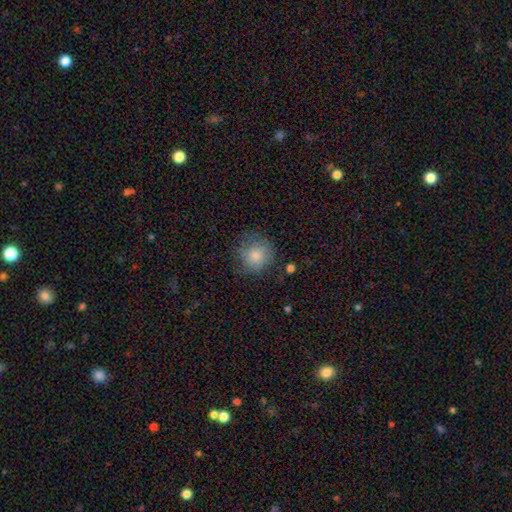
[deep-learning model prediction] Smooth or featured?
  - smooth: 78% *
  - featured or disk: 14%
  - star or artifact: 8%
How rounded?
  - round: 88% *
  - in between: 11%
  - cigar-shaped: 1%
Merging?
  - none: 66% *
  - minor disturbance: 22%
  - major disturbance: 10%
  - merger: 2%